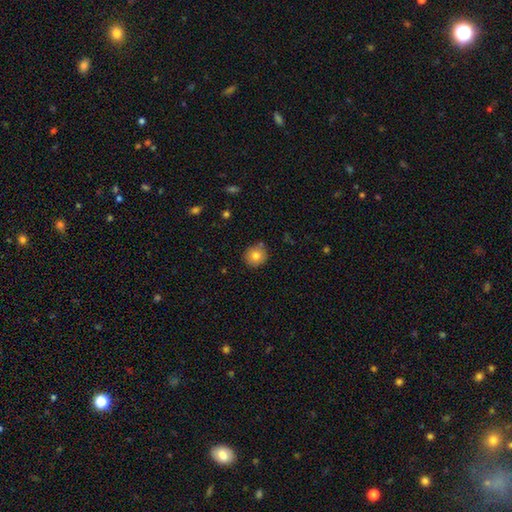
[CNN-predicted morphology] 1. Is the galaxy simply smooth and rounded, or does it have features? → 80% smooth, 10% featured or disk, 10% star or artifact.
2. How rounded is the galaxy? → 89% round, 10% in between, 1% cigar-shaped.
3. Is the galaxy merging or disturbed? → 83% none, 11% minor disturbance, 3% merger, 2% major disturbance.